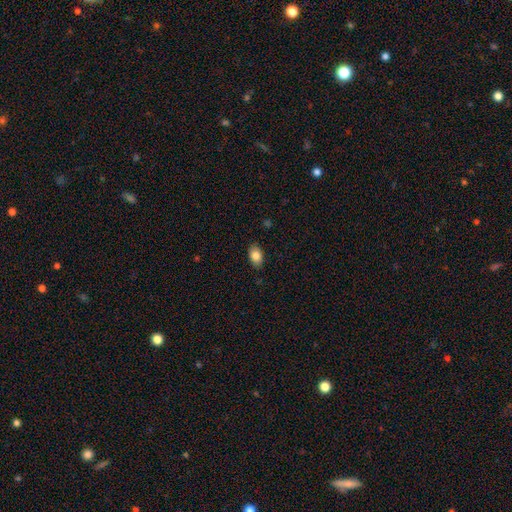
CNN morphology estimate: Smooth or featured?
  - smooth: 84% *
  - featured or disk: 8%
  - star or artifact: 8%
How rounded?
  - in between: 90% *
  - round: 9%
  - cigar-shaped: 1%
Merging?
  - none: 86% *
  - minor disturbance: 10%
  - major disturbance: 2%
  - merger: 1%